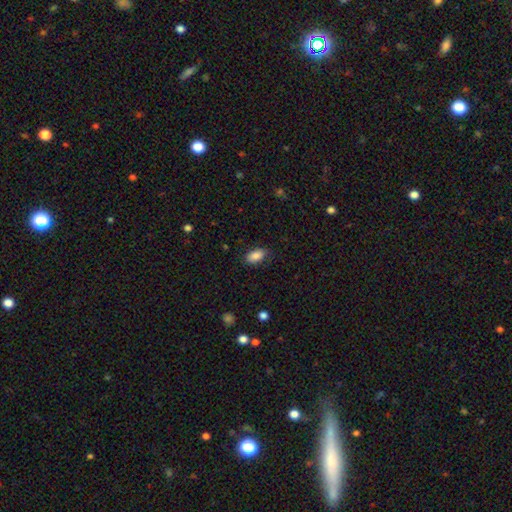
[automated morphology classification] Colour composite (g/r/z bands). It shows a smooth galaxy with no disk features (87%) that is in between round and cigar-shaped (92%). Merging: none (82%).